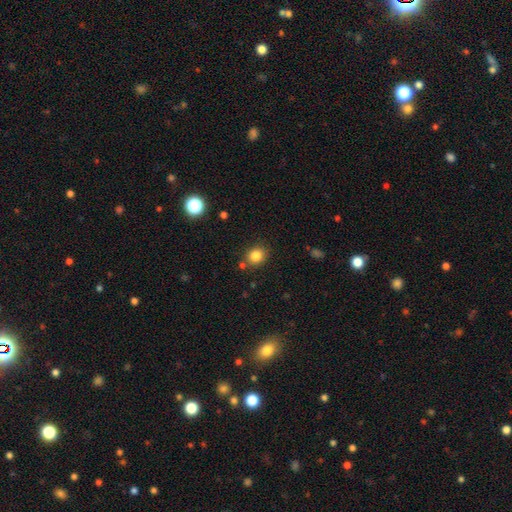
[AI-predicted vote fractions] Smooth or featured: smooth — 83% (star or artifact — 11%)
How rounded: round — 71% (in between — 28%)
Merging: none — 82% (minor disturbance — 10%)